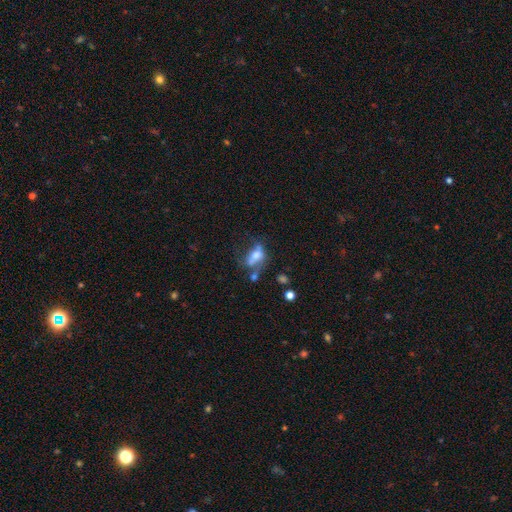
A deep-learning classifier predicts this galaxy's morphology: smooth-or-featured: smooth: 51% | featured or disk: 37% | star or artifact: 13%
  how-rounded: in between: 78% | round: 15% | cigar-shaped: 7%
  merging: none: 30% | major disturbance: 25% | merger: 24% | minor disturbance: 21%